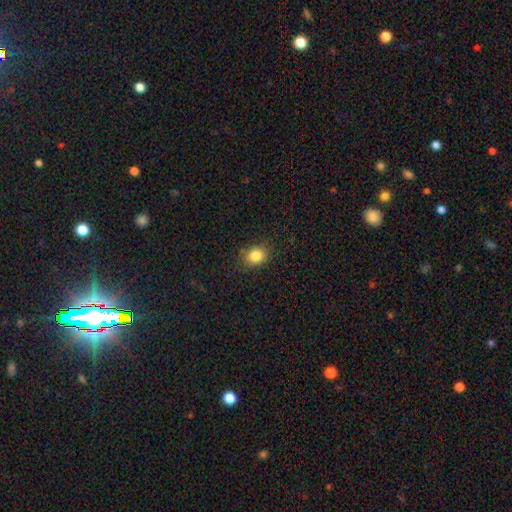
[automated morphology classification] type=smooth (83%); roundness=in between (55%); merging=none (84%).